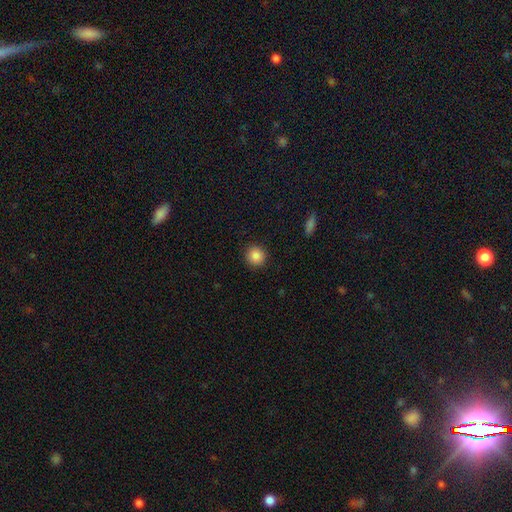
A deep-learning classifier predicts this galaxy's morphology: A smooth galaxy with no disk features (87%) that is round (91%). Merging: none (91%).